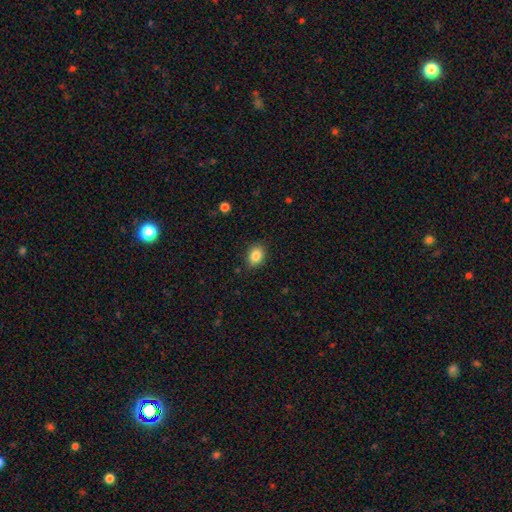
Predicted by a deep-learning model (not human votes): Smooth or featured? Predicted: smooth (p=0.85). How rounded? Predicted: in between (p=0.62). Merging? Predicted: none (p=0.86).